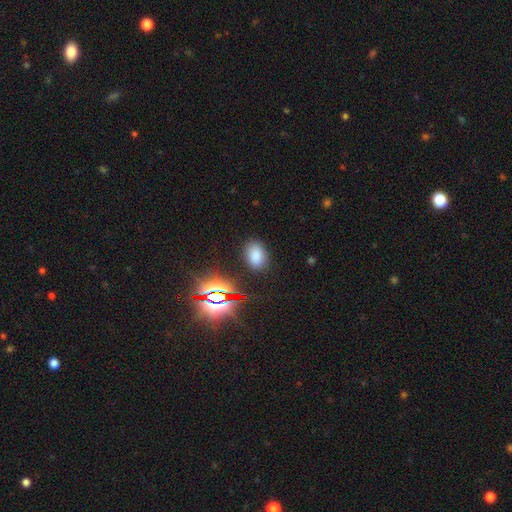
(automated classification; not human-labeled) smooth_or_featured: smooth (p=0.76) [alt: star or artifact p=0.18]
how_rounded: in between (p=0.82) [alt: round p=0.17]
merging: none (p=0.85) [alt: minor disturbance p=0.10]